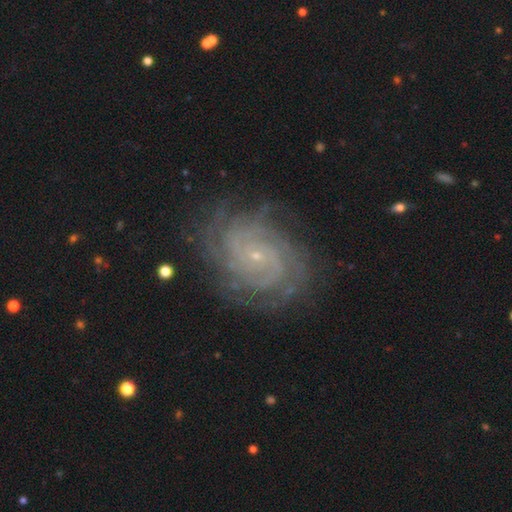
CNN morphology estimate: A featured or disk galaxy (85%) with no bar (75%), tight (77%) spiral arms (97%) and a small central bulge (87%). Merging: none (80%).